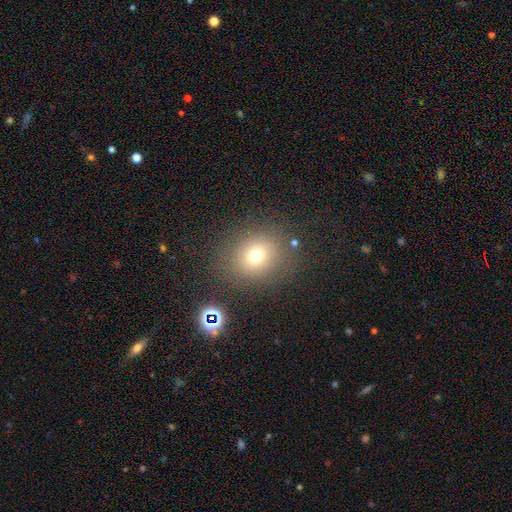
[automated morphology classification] Overall: smooth (70%). How rounded: round (70%). Merging: none (82%).